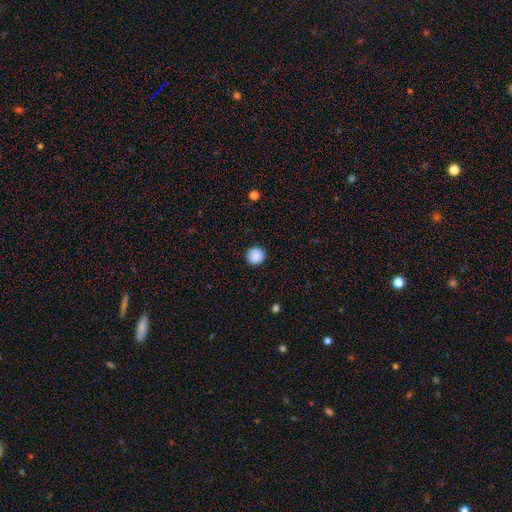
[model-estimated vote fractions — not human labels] smooth_or_featured: smooth (p=0.89) [alt: star or artifact p=0.09]
how_rounded: round (p=0.95) [alt: in between p=0.04]
merging: none (p=0.91) [alt: minor disturbance p=0.06]